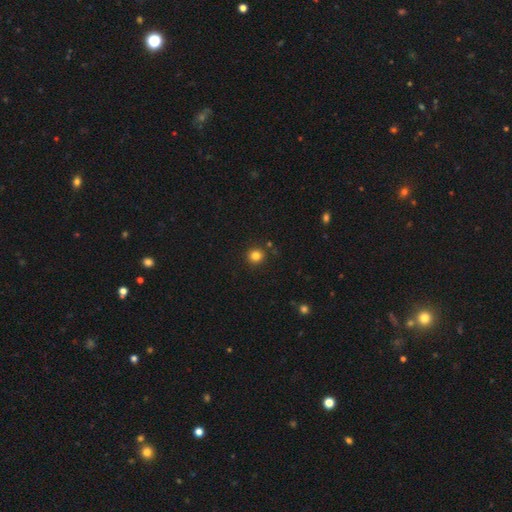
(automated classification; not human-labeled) smooth 82%, star or artifact 13%, featured or disk 5%. Down the decision tree: how rounded — round (94%); merging — none (89%).